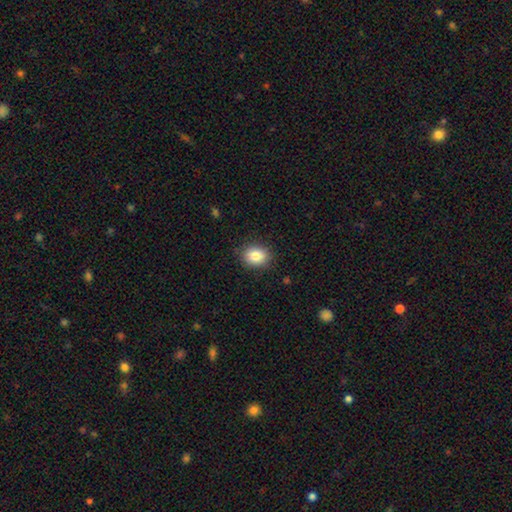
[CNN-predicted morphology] This is clearly a smooth galaxy (86%). How rounded: possibly in between (50%). Merging: clearly none (88%).